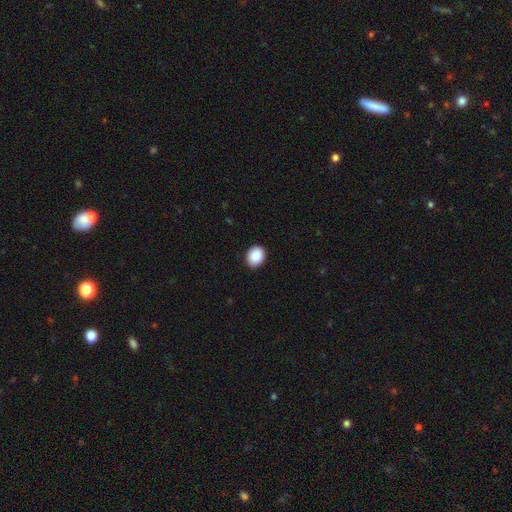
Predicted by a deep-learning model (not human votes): A smooth galaxy with no disk features (90%) that is in between round and cigar-shaped (50%). Merging: none (90%).